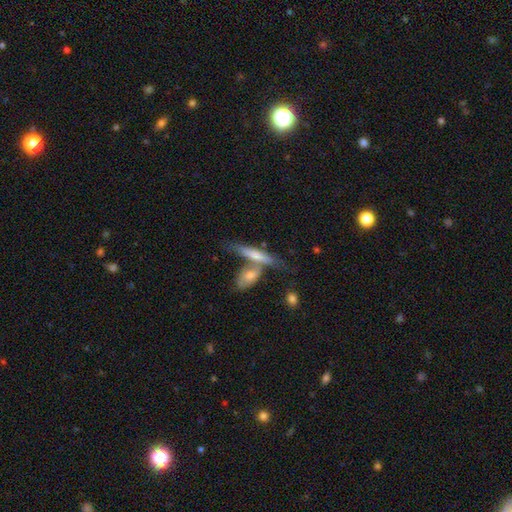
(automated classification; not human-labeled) This appears to be a smooth galaxy with no disk features (60%) that is cigar-shaped (72%). Merging: merger (42%).